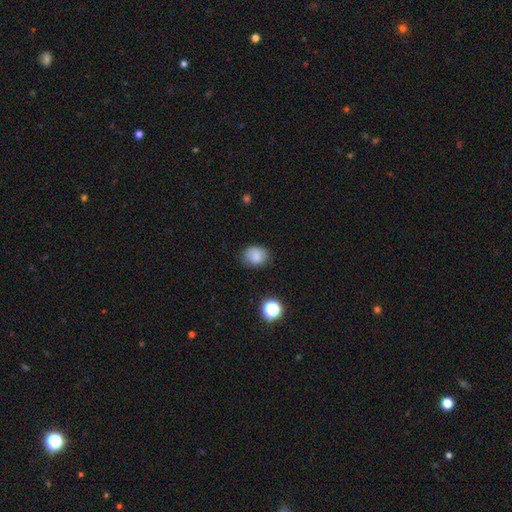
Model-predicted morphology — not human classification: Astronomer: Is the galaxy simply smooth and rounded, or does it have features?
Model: smooth — 81%.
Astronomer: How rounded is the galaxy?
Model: round — 53% (runner-up: in between, 46%).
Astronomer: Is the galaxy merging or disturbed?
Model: none — 77%.